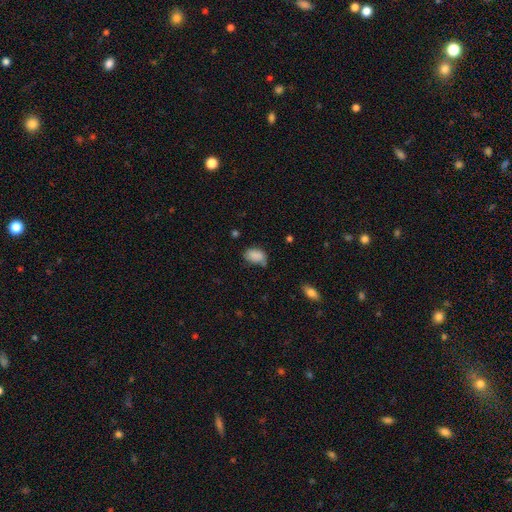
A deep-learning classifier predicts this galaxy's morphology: Smooth or featured? Predicted: smooth (p=0.85). How rounded? Predicted: in between (p=0.86). Merging? Predicted: none (p=0.53).